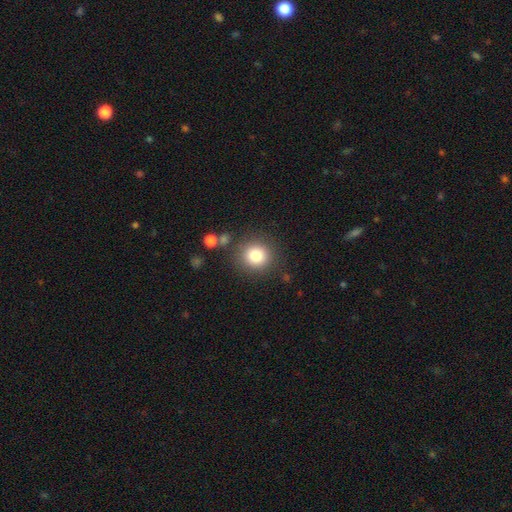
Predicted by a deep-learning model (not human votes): A smooth galaxy with no disk features (81%) that is round (90%).

Vote fractions:
- Smooth or featured? smooth: 81% / star or artifact: 11% / featured or disk: 8%
- How rounded? round: 90% / in between: 9% / cigar-shaped: 1%
- Merging? none: 84% / minor disturbance: 9% / merger: 4% / major disturbance: 4%